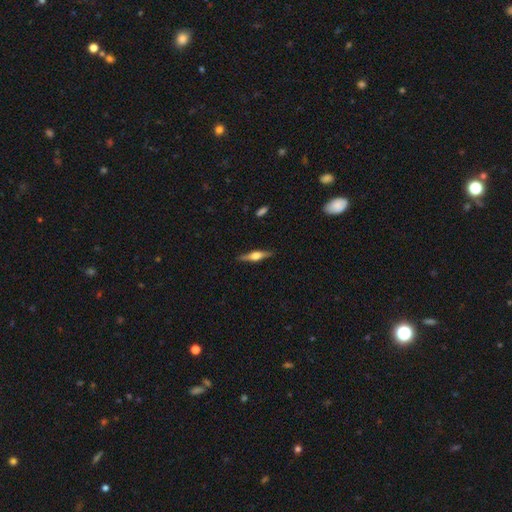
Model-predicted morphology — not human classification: type=featured or disk (67%); edge-on=yes (97%); edge-on bulge=rounded (91%); merging=none (90%).